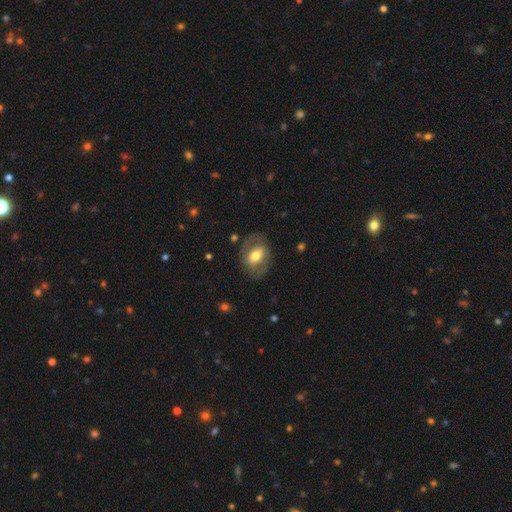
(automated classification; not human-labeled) smooth_or_featured: featured or disk (p=0.48) [alt: smooth p=0.46]
merging: none (p=0.74) [alt: minor disturbance p=0.15]